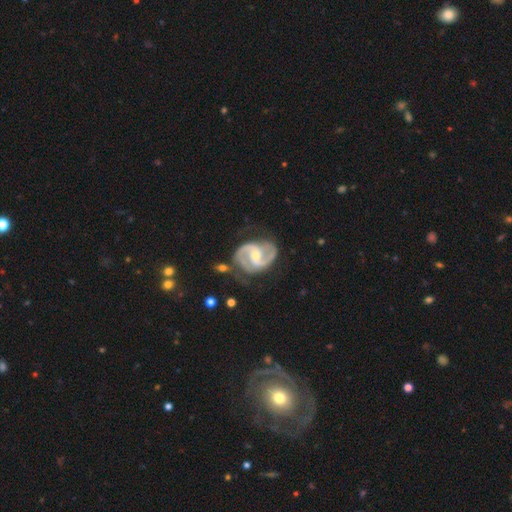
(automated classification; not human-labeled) This appears to be a featured or disk galaxy (93%) with a weak bar (43%), 2 (91%) medium (60%) spiral arms (98%) and a small central bulge (49%). Merging: none (66%).